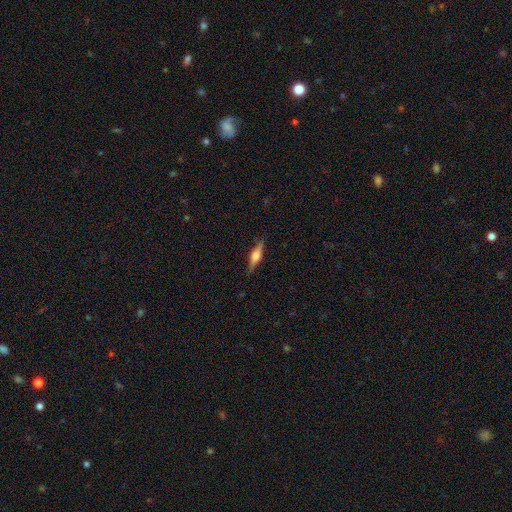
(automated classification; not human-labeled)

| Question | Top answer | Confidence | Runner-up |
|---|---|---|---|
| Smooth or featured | featured or disk | 68% | smooth (25%) |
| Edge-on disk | yes | 97% | no (3%) |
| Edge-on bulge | rounded | 88% | boxy (10%) |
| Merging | none | 88% | minor disturbance (9%) |